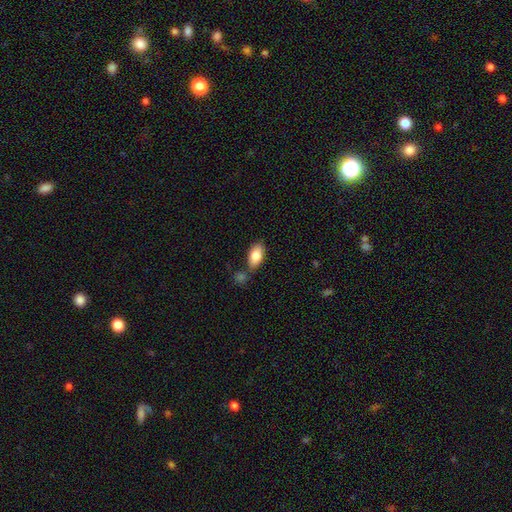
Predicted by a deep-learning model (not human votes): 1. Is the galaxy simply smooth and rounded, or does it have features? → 83% smooth, 10% featured or disk, 7% star or artifact.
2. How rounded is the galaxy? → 92% in between, 4% round, 4% cigar-shaped.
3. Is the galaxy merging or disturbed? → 70% none, 14% minor disturbance, 12% merger, 4% major disturbance.